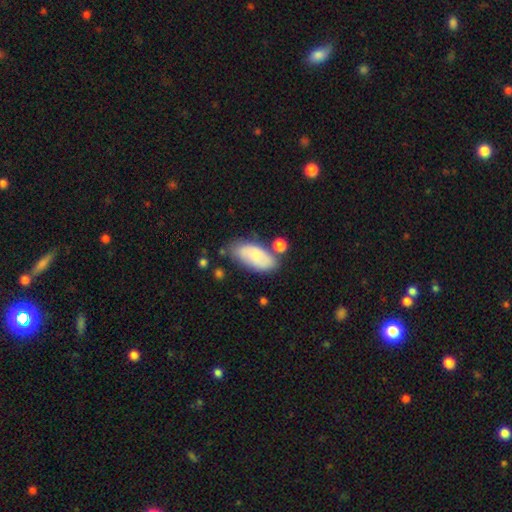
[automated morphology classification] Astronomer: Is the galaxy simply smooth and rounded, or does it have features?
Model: smooth — 68%.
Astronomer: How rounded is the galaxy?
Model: in between — 91%.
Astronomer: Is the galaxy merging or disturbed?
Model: none — 60%.